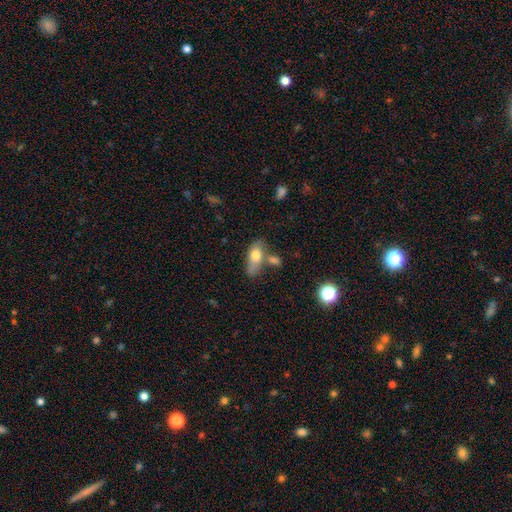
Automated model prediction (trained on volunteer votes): Smooth or featured: smooth — 68% (featured or disk — 25%)
How rounded: in between — 78% (cigar-shaped — 17%)
Merging: none — 48% (merger — 25%)